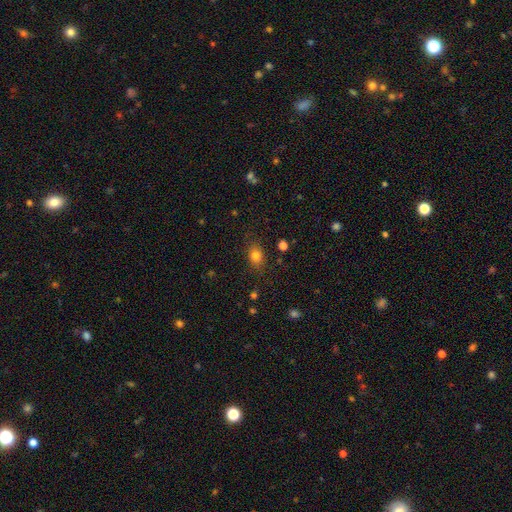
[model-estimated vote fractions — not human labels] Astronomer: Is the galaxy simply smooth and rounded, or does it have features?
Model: smooth — 80%.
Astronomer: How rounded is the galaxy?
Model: in between — 58% (runner-up: round, 40%).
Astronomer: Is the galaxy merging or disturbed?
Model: none — 83%.